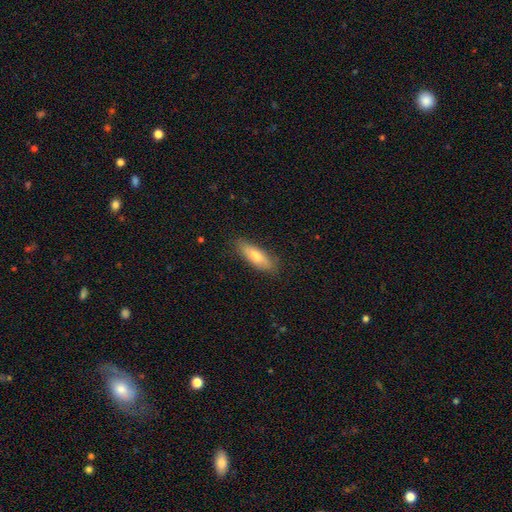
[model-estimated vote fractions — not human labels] Smooth or featured: smooth — 72% (featured or disk — 22%)
How rounded: in between — 51% (cigar-shaped — 47%)
Merging: none — 84% (minor disturbance — 12%)